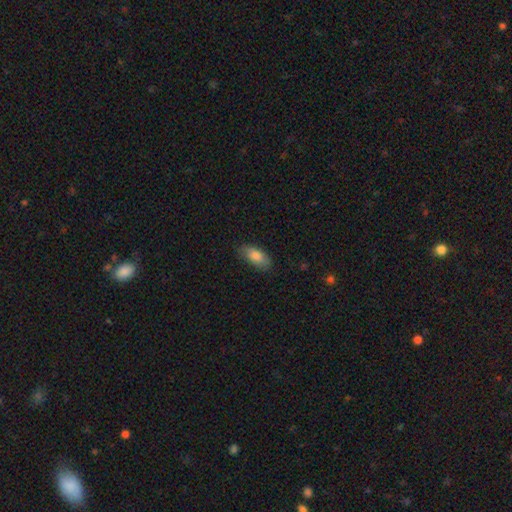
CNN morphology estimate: This appears to be a smooth galaxy with no disk features (83%) that is in between round and cigar-shaped (86%). Merging: none (80%).